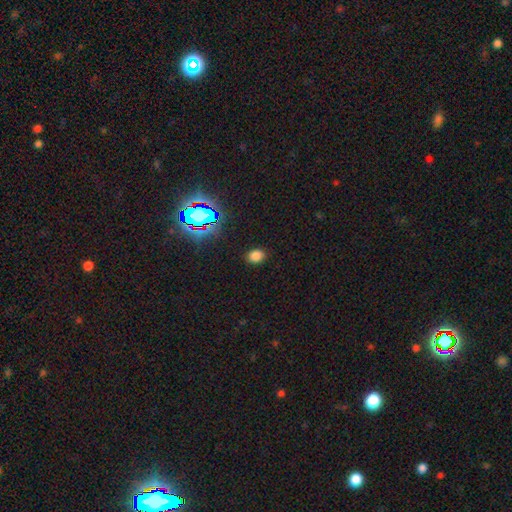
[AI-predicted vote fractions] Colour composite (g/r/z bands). It shows a smooth galaxy with no disk features (76%) that is in between round and cigar-shaped (52%). Merging: none (87%).